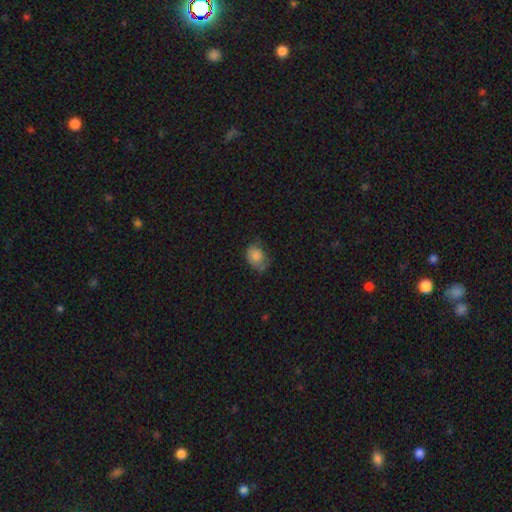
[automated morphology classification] smooth_or_featured: smooth (p=0.79) [alt: featured or disk p=0.12]
how_rounded: in between (p=0.66) [alt: round p=0.33]
merging: none (p=0.50) [alt: minor disturbance p=0.34]